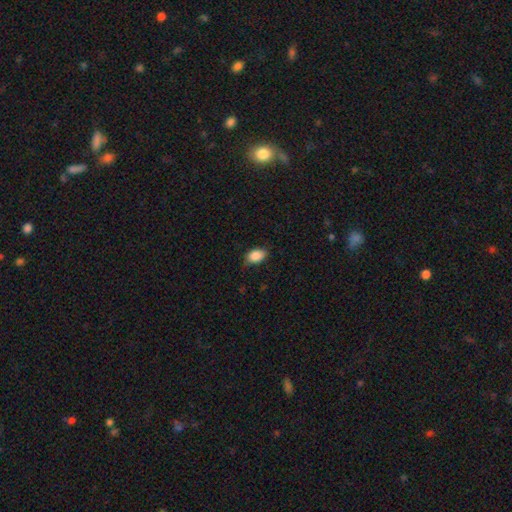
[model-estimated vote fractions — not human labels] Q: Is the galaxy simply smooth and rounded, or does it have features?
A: smooth — 88%.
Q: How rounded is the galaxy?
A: in between — 83%.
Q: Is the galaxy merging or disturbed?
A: none — 70%.